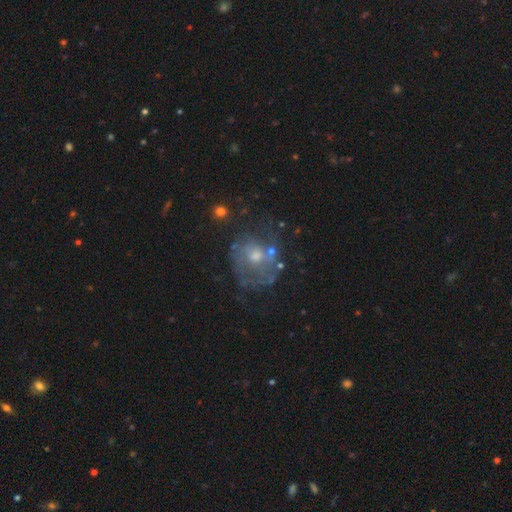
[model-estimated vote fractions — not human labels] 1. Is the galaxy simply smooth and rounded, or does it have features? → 66% featured or disk, 22% smooth, 12% star or artifact.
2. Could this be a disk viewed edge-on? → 97% no, 3% yes.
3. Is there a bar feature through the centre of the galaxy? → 78% no, 19% weak, 3% strong.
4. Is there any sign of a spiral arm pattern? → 64% yes, 36% no.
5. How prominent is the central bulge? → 55% moderate, 36% small, 4% large, 4% none, 1% dominant.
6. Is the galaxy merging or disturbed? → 51% none, 22% minor disturbance, 21% major disturbance, 6% merger.